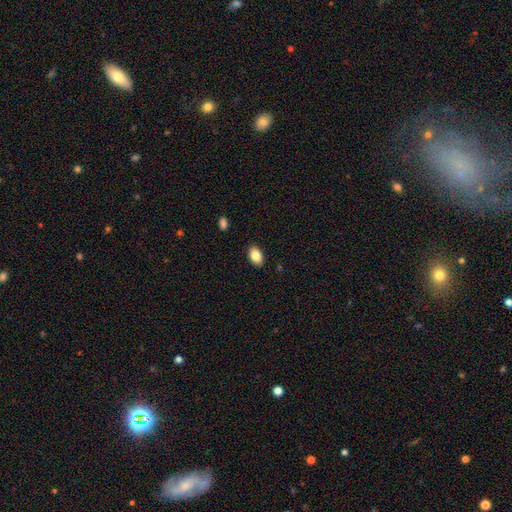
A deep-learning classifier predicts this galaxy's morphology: type=smooth (84%); roundness=in between (89%); merging=none (88%).